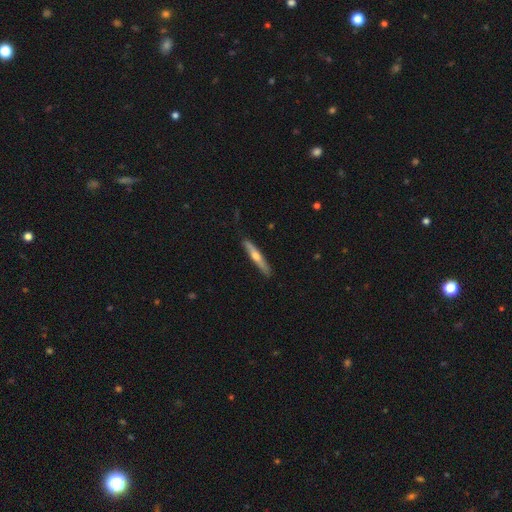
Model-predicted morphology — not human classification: A featured or disk galaxy (54%) viewed edge-on (94%) with a rounded central bulge (87%).

Vote fractions:
- Smooth or featured? featured or disk: 54% / smooth: 40% / star or artifact: 5%
- Edge-on disk? yes: 94% / no: 6%
- Edge-on bulge? rounded: 87% / none: 10% / boxy: 3%
- Merging? none: 88% / minor disturbance: 9% / major disturbance: 2% / merger: 1%